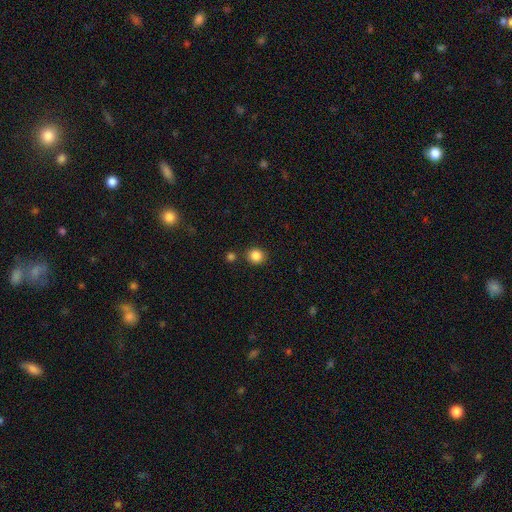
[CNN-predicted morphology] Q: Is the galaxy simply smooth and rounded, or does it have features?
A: smooth — 85%.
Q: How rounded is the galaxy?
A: round — 82%.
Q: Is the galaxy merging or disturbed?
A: none — 83%.